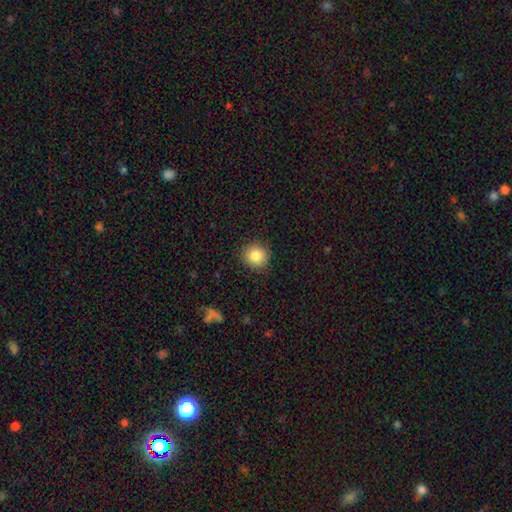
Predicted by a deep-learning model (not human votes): Morphology: type=smooth (84%); roundness=round (90%); merging=none (88%).